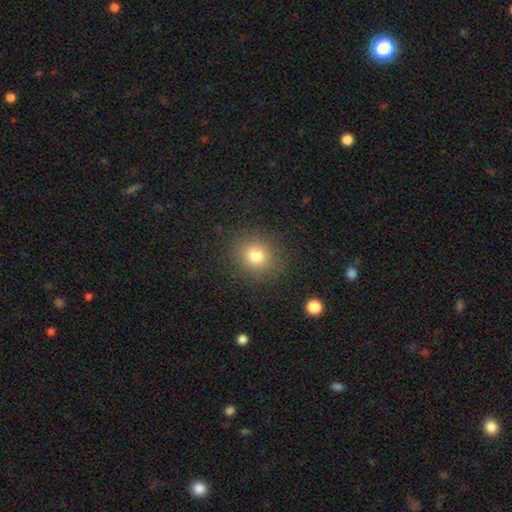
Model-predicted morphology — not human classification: This is likely a smooth galaxy (78%). How rounded: clearly round (82%). Merging: clearly none (88%).